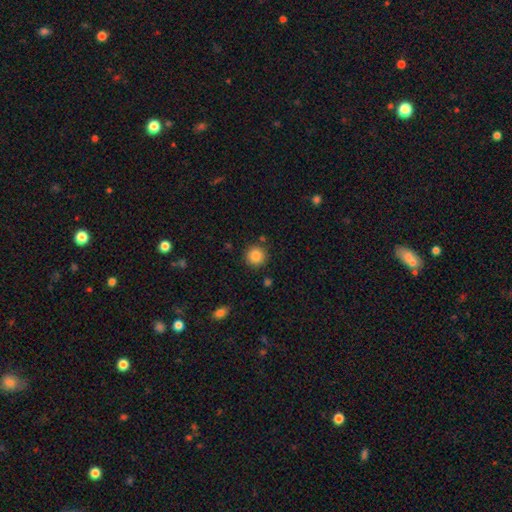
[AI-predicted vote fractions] Overall: smooth (86%). How rounded: round (94%). Merging: none (88%).